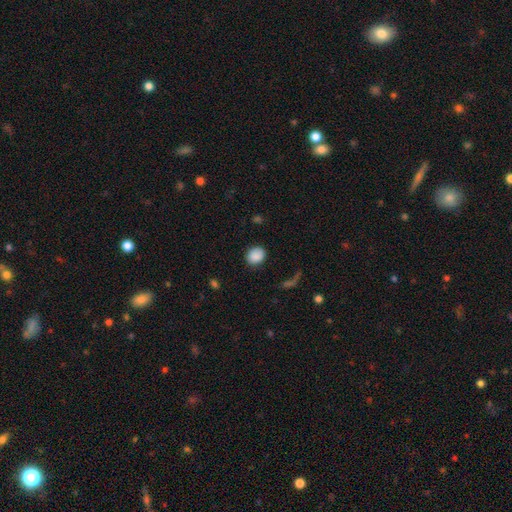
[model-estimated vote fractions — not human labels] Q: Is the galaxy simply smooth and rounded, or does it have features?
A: smooth — 88%.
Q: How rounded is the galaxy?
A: round — 65%.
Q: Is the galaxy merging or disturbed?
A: none — 83%.